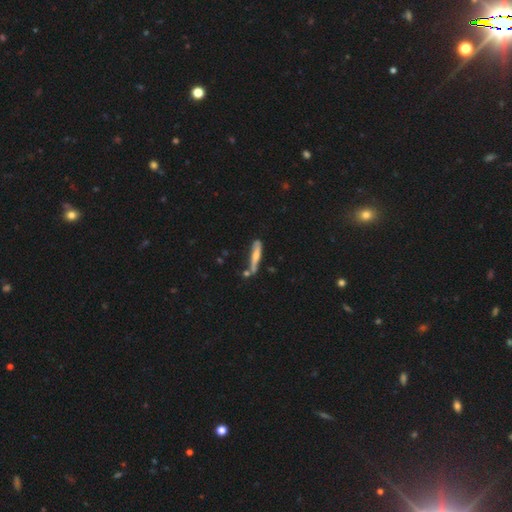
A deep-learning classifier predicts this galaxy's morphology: smooth-or-featured: smooth: 54% | featured or disk: 40% | star or artifact: 6%
  how-rounded: cigar-shaped: 89% | in between: 9% | round: 2%
  merging: none: 56% | minor disturbance: 22% | merger: 16% | major disturbance: 6%